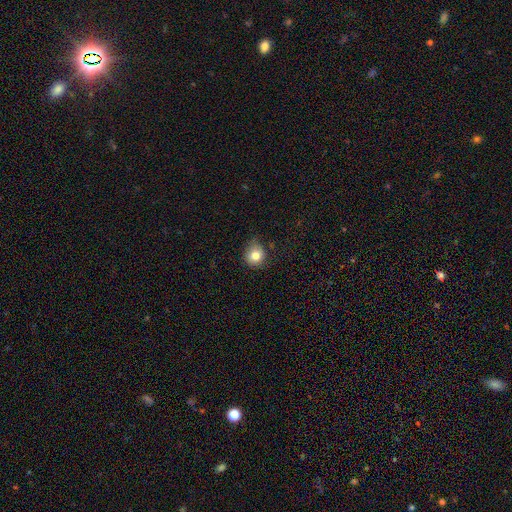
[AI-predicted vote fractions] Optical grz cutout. It shows a smooth galaxy with no disk features (81%) that is round (81%). Merging: none (63%).